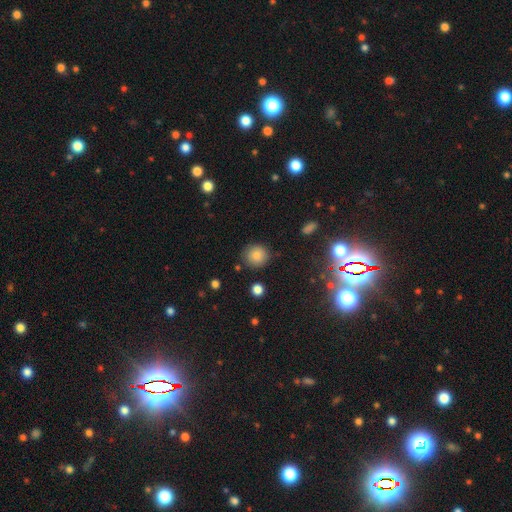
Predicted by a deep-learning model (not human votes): smooth-or-featured: smooth: 84% | star or artifact: 11% | featured or disk: 5%
  how-rounded: round: 90% | in between: 9% | cigar-shaped: 1%
  merging: none: 85% | minor disturbance: 9% | major disturbance: 3% | merger: 2%